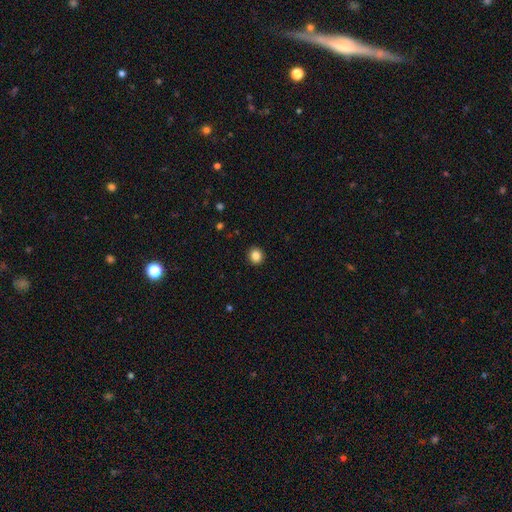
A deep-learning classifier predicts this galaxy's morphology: A smooth galaxy with no disk features (86%) that is round (88%). Merging: none (93%).